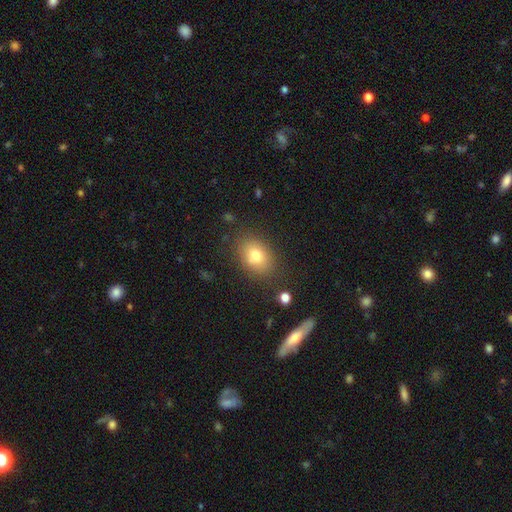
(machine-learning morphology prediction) smooth_or_featured: smooth (p=0.77) [alt: featured or disk p=0.12]
how_rounded: in between (p=0.71) [alt: round p=0.28]
merging: none (p=0.82) [alt: minor disturbance p=0.12]